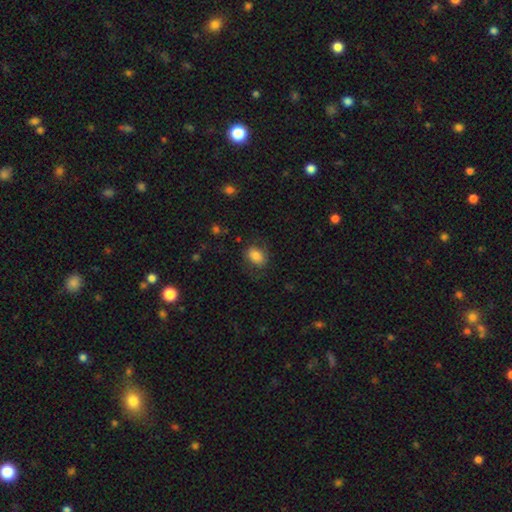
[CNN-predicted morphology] smooth-or-featured: smooth: 81% | featured or disk: 11% | star or artifact: 8%
  how-rounded: in between: 77% | round: 22% | cigar-shaped: 1%
  merging: none: 73% | minor disturbance: 17% | major disturbance: 9% | merger: 1%